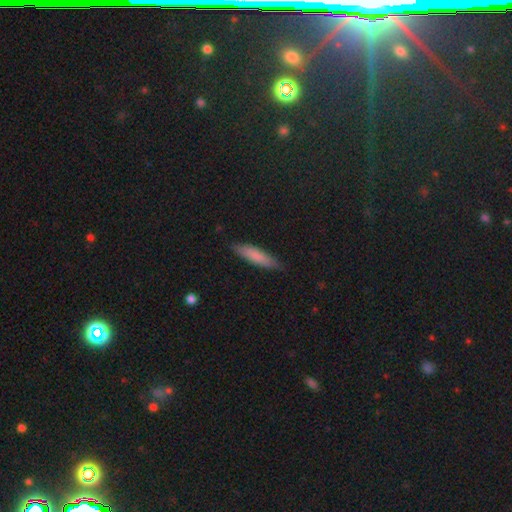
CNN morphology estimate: Smooth or featured?
  - smooth: 80% *
  - featured or disk: 14%
  - star or artifact: 6%
How rounded?
  - cigar-shaped: 76% *
  - in between: 22%
  - round: 1%
Merging?
  - none: 85% *
  - minor disturbance: 12%
  - major disturbance: 2%
  - merger: 1%